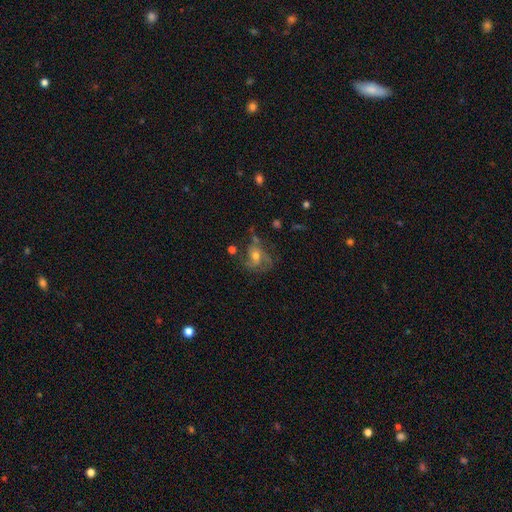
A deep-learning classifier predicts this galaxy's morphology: smooth_or_featured: featured or disk (p=0.66) [alt: smooth p=0.22]
disk_edge_on: no (p=0.97) [alt: yes p=0.03]
bar: no (p=0.62) [alt: weak p=0.31]
has_spiral_arms: yes (p=0.82) [alt: no p=0.18]
spiral_winding: medium (p=0.47) [alt: tight p=0.27]
spiral_arm_count: 2 (p=0.32) [alt: 3 p=0.26]
bulge_size: moderate (p=0.60) [alt: small p=0.31]
merging: none (p=0.51) [alt: major disturbance p=0.22]